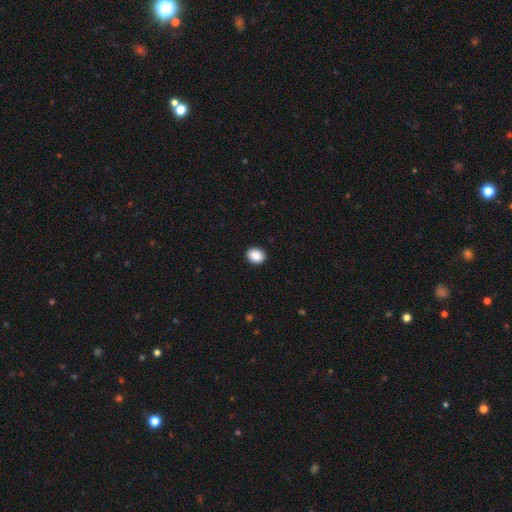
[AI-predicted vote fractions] A smooth galaxy with no disk features (89%) that is round (56%).

Vote fractions:
- Smooth or featured? smooth: 89% / star or artifact: 8% / featured or disk: 3%
- How rounded? round: 56% / in between: 44% / cigar-shaped: 1%
- Merging? none: 91% / minor disturbance: 7% / major disturbance: 2% / merger: 1%